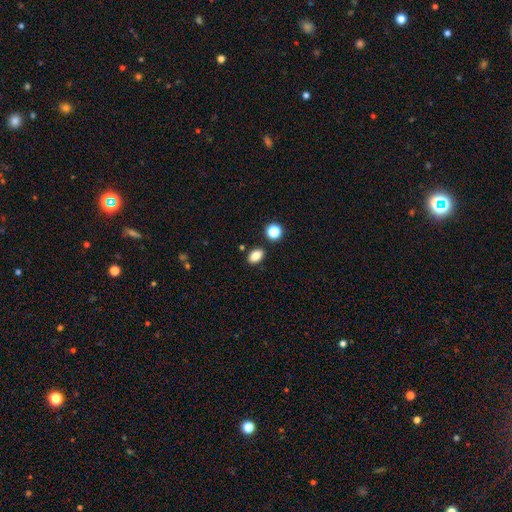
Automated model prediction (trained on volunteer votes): Smooth or featured? smooth (85%)
How rounded? in between (83%)
Merging? none (84%)